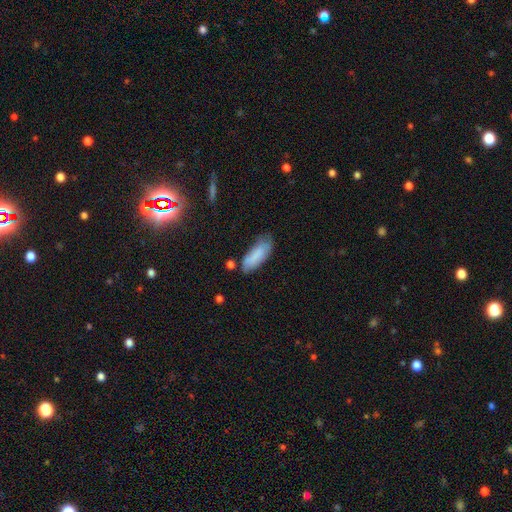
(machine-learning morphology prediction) smooth 80%, featured or disk 12%, star or artifact 7%. Down the decision tree: how rounded — in between (70%); merging — none (58%).